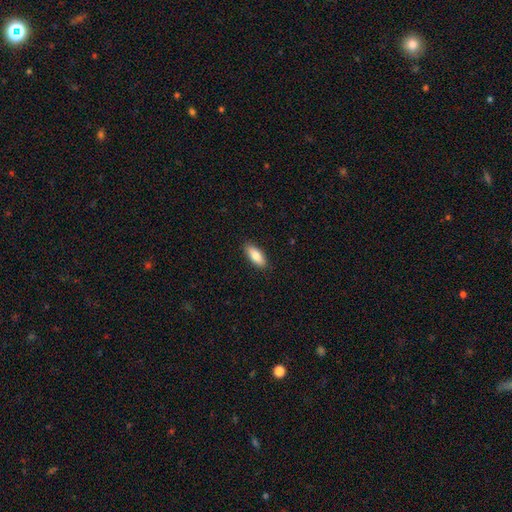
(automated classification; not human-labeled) Smooth or featured: smooth — 83% (featured or disk — 11%)
How rounded: in between — 79% (cigar-shaped — 19%)
Merging: none — 89% (minor disturbance — 8%)